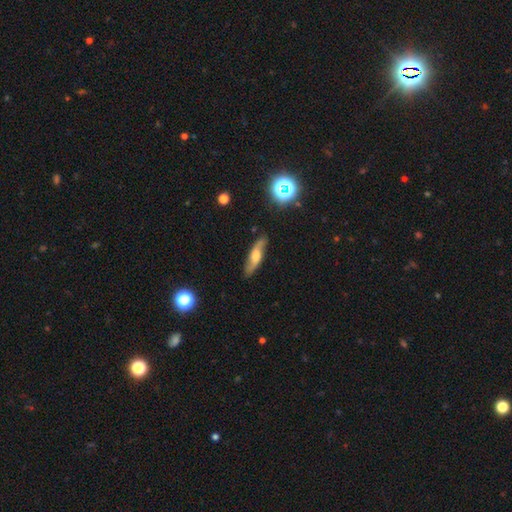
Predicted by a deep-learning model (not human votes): smooth-or-featured: featured or disk: 58% | smooth: 34% | star or artifact: 8%
  disk-edge-on: no: 54% | yes: 46%
  merging: none: 83% | minor disturbance: 13% | major disturbance: 3% | merger: 2%